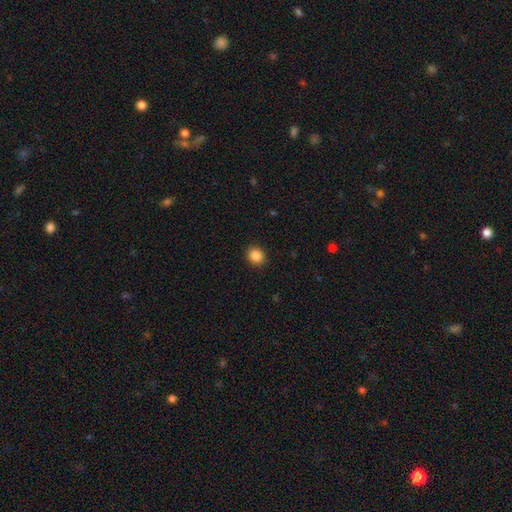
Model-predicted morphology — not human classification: Smooth or featured? Predicted: smooth (p=0.87). How rounded? Predicted: round (p=0.72). Merging? Predicted: none (p=0.91).